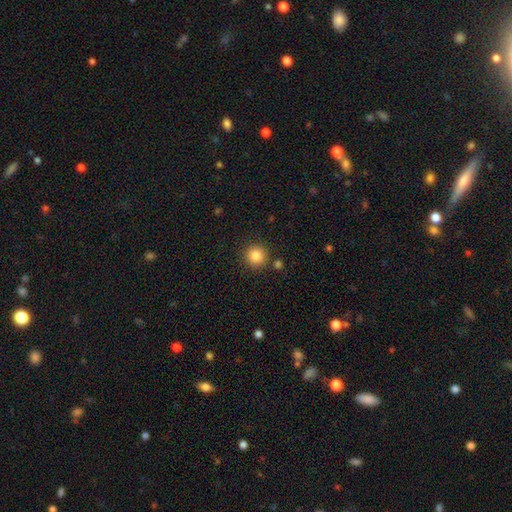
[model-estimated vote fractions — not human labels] A smooth galaxy with no disk features (84%) that is round (95%). Merging: none (87%).